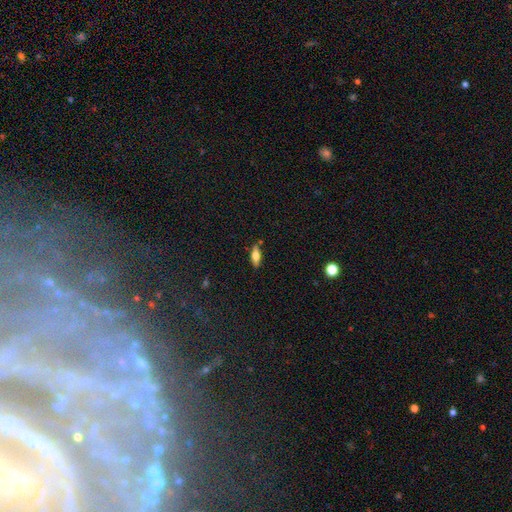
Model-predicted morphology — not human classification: A smooth galaxy with no disk features (58%) that is in between round and cigar-shaped (67%).

Vote fractions:
- Smooth or featured? smooth: 58% / featured or disk: 35% / star or artifact: 8%
- How rounded? in between: 67% / cigar-shaped: 30% / round: 3%
- Merging? none: 84% / minor disturbance: 11% / merger: 3% / major disturbance: 2%